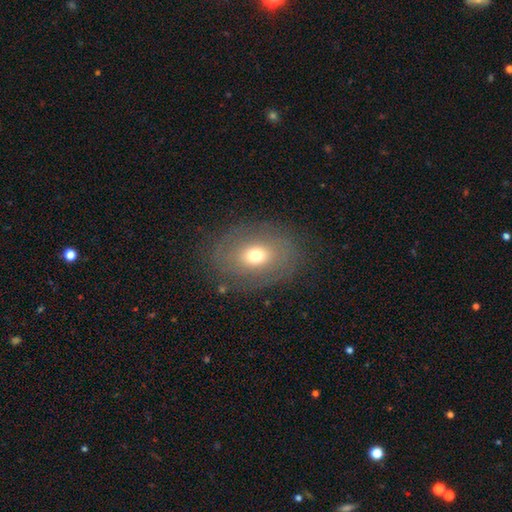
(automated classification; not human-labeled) This appears to be a smooth galaxy with no disk features (57%) that is in between round and cigar-shaped (68%). Merging: none (79%).